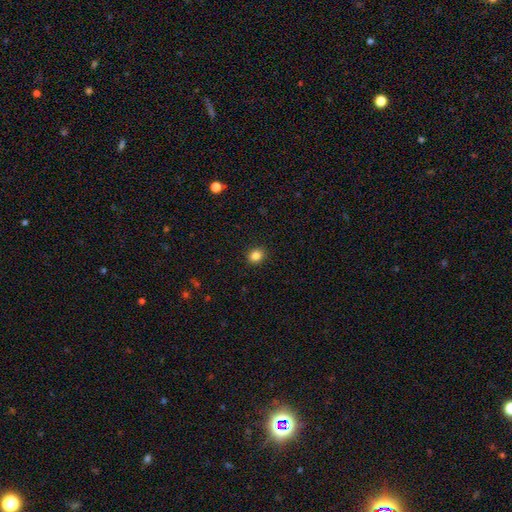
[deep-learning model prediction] Overall: smooth (85%). How rounded: round (66%; in between 33%). Merging: none (91%).